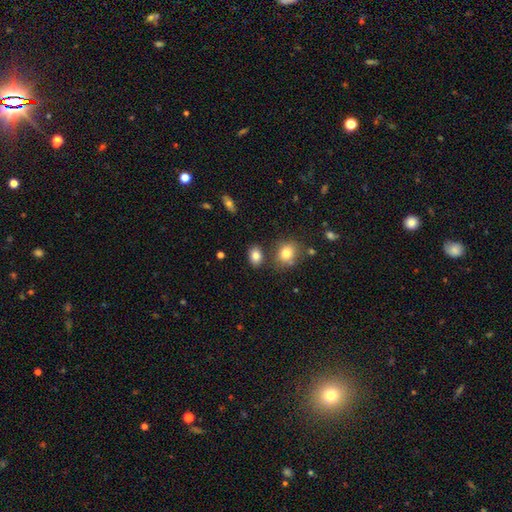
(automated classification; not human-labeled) Smooth or featured: smooth — 83% (star or artifact — 10%)
How rounded: in between — 77% (round — 21%)
Merging: none — 78% (minor disturbance — 11%)